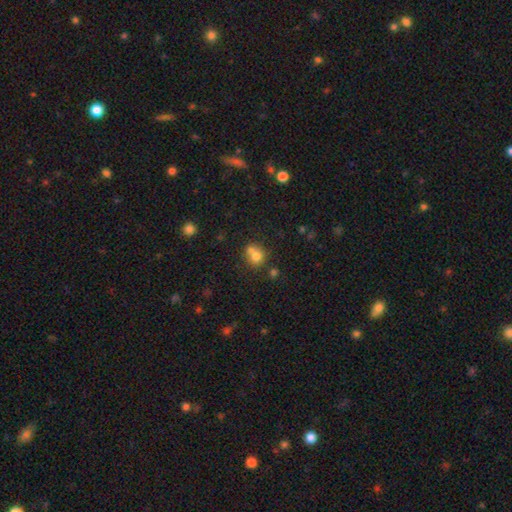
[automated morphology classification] A smooth galaxy with no disk features (74%) that is round (78%). Merging: merger (49%).